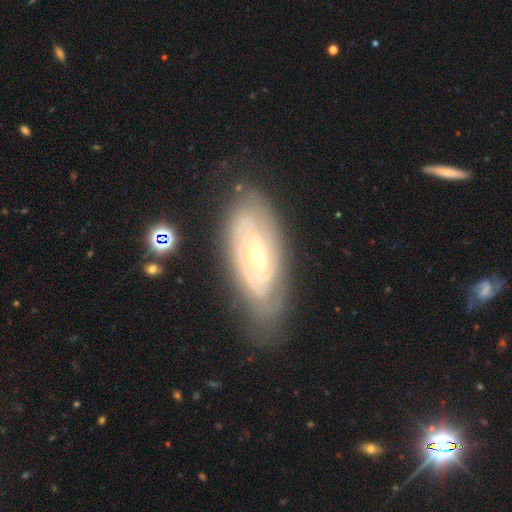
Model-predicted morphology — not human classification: Smooth or featured: featured or disk — 77% (smooth — 16%)
Edge-on disk: no — 90% (yes — 10%)
Bar: no — 76% (weak — 18%)
Spiral arms: yes — 78% (no — 22%)
Spiral winding: tight — 77% (medium — 18%)
Spiral arm count: can't tell — 60% (2 — 19%)
Bulge size: small — 65% (moderate — 31%)
Merging: none — 70% (minor disturbance — 20%)